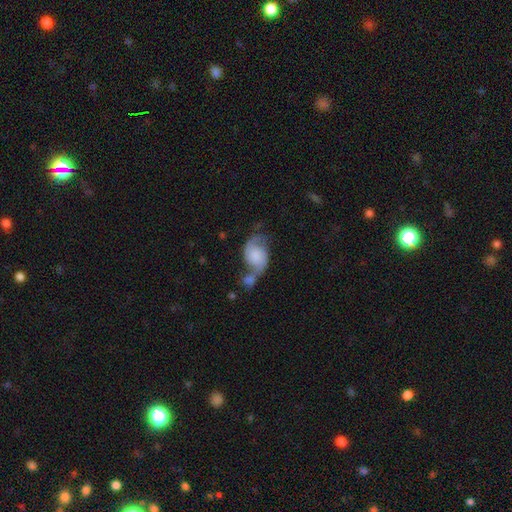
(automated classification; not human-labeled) This appears to be a featured or disk galaxy (74%) with no bar (68%), 2 (90%) loose (51%) spiral arms (93%) and no central bulge (29%). Merging: merger (36%).